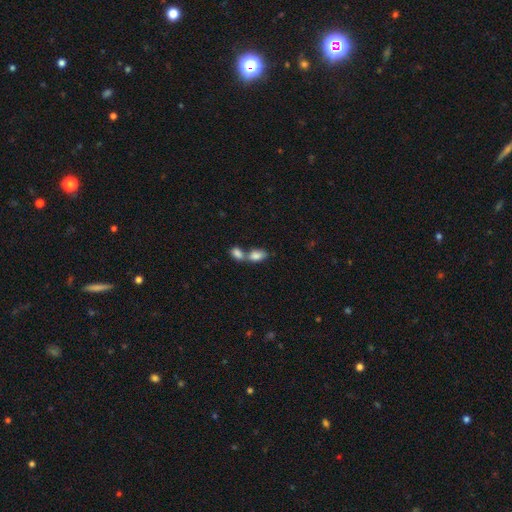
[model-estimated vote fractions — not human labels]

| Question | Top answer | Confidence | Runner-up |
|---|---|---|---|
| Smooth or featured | smooth | 83% | featured or disk (10%) |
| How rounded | in between | 89% | round (8%) |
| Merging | merger | 65% | none (24%) |